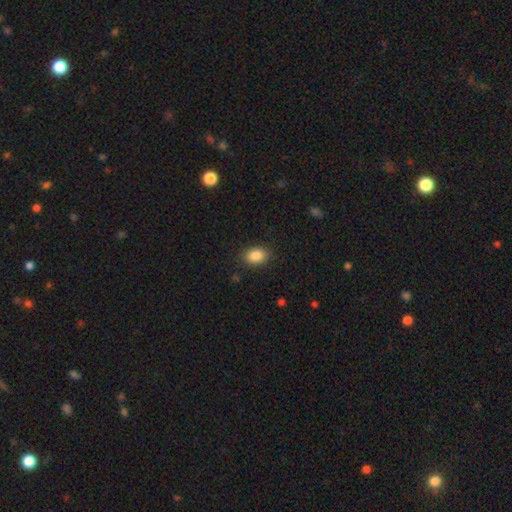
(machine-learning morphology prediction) smooth_or_featured: smooth (p=0.87) [alt: star or artifact p=0.09]
how_rounded: in between (p=0.74) [alt: round p=0.25]
merging: none (p=0.87) [alt: minor disturbance p=0.10]